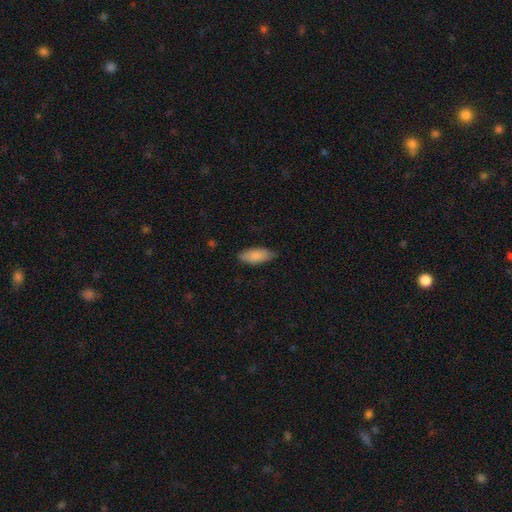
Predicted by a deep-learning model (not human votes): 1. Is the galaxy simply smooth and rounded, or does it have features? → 85% smooth, 9% featured or disk, 6% star or artifact.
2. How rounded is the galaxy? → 81% in between, 17% cigar-shaped, 2% round.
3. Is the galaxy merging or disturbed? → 81% none, 15% minor disturbance, 3% major disturbance, 1% merger.